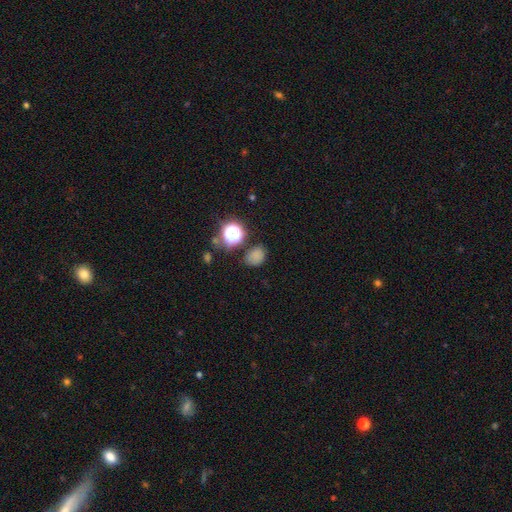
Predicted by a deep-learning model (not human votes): The model was most divided on "how rounded": in between: 55%, round: 44%, cigar-shaped: 1%. More confident: smooth or featured — smooth (70%); merging — none (69%).